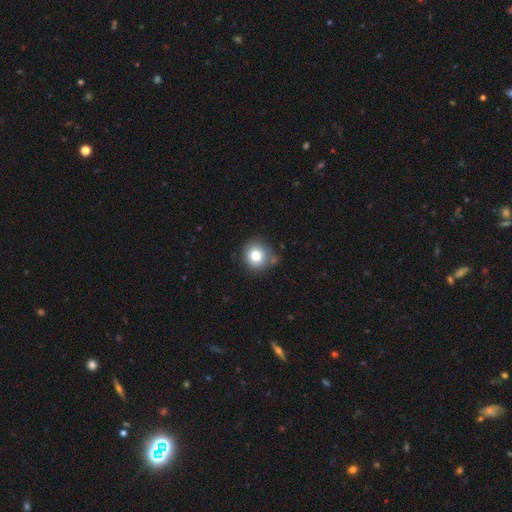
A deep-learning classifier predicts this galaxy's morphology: smooth-or-featured: smooth: 81% | star or artifact: 10% | featured or disk: 9%
  how-rounded: round: 88% | in between: 11% | cigar-shaped: 1%
  merging: none: 70% | minor disturbance: 20% | merger: 5% | major disturbance: 5%